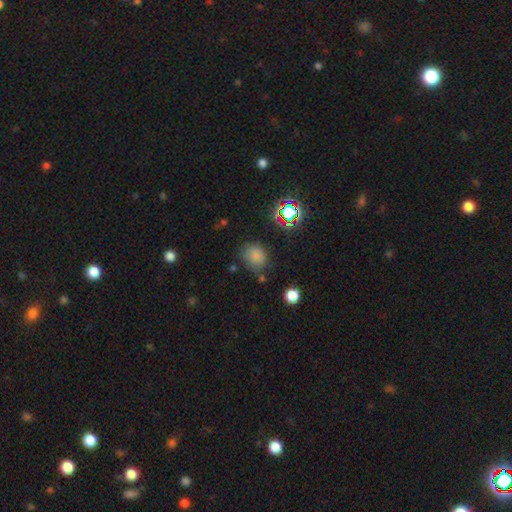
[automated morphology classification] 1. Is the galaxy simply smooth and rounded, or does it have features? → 75% smooth, 18% star or artifact, 6% featured or disk.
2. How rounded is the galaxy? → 59% round, 40% in between, 1% cigar-shaped.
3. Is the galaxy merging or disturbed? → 69% none, 19% minor disturbance, 6% major disturbance, 5% merger.